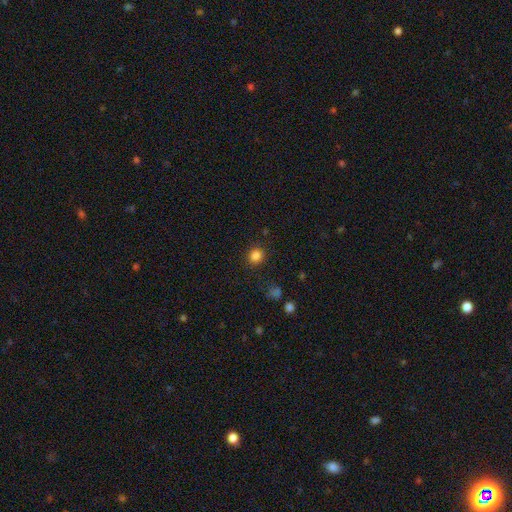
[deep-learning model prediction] Smooth or featured: smooth — 85% (star or artifact — 12%)
How rounded: round — 81% (in between — 18%)
Merging: none — 88% (minor disturbance — 8%)